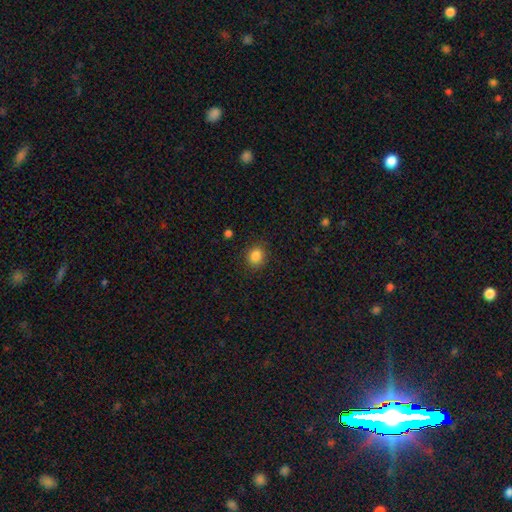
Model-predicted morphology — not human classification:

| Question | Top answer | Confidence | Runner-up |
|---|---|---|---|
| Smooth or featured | smooth | 85% | star or artifact (11%) |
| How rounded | round | 75% | in between (24%) |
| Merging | none | 88% | minor disturbance (8%) |